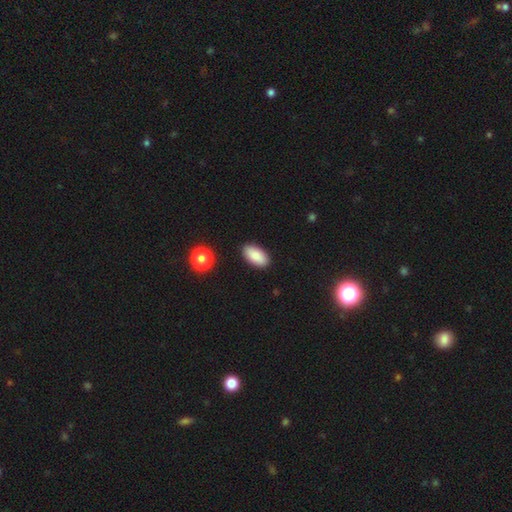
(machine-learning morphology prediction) smooth_or_featured: smooth (p=0.87) [alt: star or artifact p=0.07]
how_rounded: in between (p=0.93) [alt: cigar-shaped p=0.04]
merging: none (p=0.89) [alt: minor disturbance p=0.08]